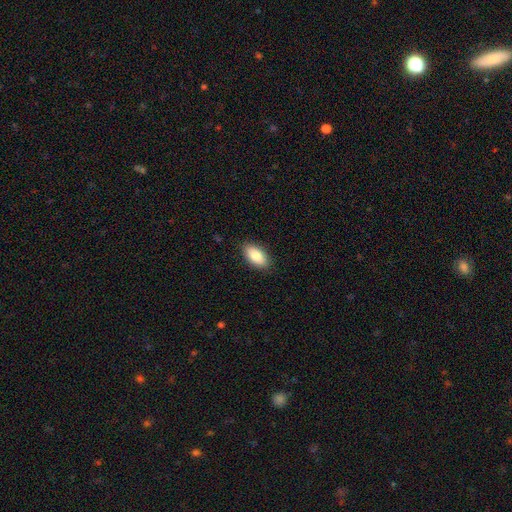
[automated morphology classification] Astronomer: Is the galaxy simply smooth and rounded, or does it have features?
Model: smooth — 85%.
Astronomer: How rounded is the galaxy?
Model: in between — 92%.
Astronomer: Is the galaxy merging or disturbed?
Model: none — 88%.